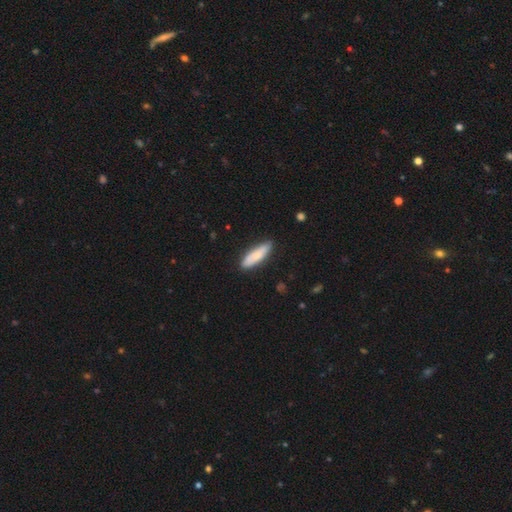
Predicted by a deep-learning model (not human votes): Smooth or featured?
  - smooth: 80% *
  - featured or disk: 15%
  - star or artifact: 5%
How rounded?
  - cigar-shaped: 59% *
  - in between: 40%
  - round: 2%
Merging?
  - none: 82% *
  - minor disturbance: 14%
  - major disturbance: 2%
  - merger: 1%